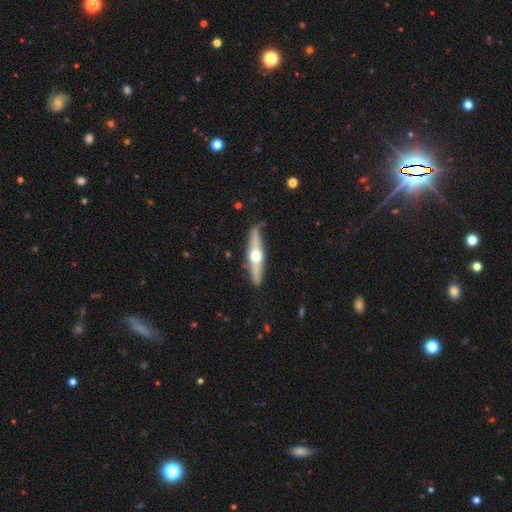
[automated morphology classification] The model was most divided on "smooth or featured": featured or disk: 65%, smooth: 30%, star or artifact: 5%. More confident: edge-on disk — yes (95%); edge-on bulge — rounded (95%); merging — none (82%).